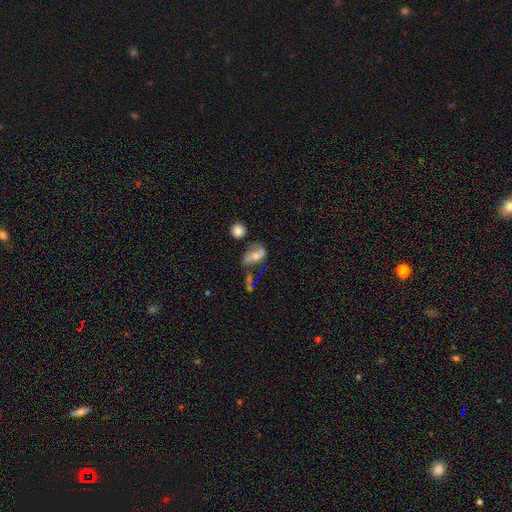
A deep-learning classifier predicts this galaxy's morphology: Smooth or featured? Predicted: featured or disk (p=0.53). Edge-on disk? Predicted: no (p=0.92). Merging? Predicted: none (p=0.48).